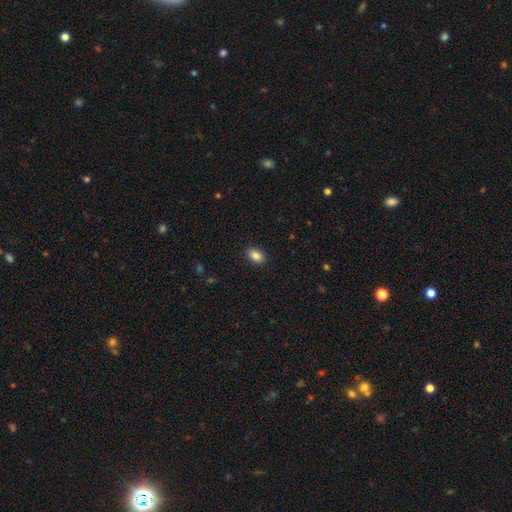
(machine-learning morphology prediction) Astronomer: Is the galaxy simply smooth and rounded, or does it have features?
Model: smooth — 86%.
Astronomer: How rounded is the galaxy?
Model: in between — 83%.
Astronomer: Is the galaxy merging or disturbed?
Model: none — 89%.